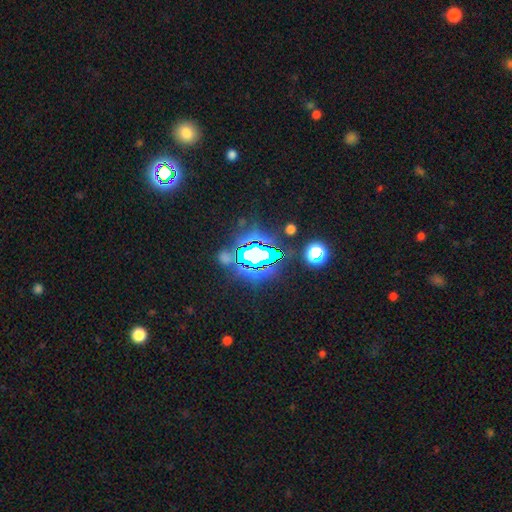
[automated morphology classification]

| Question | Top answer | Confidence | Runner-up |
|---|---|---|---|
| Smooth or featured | star or artifact | 72% | smooth (16%) |